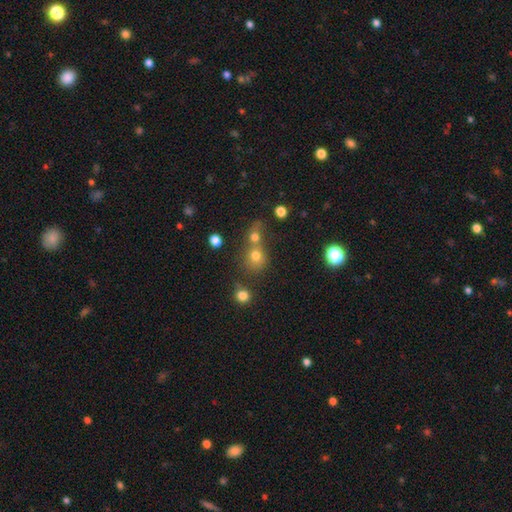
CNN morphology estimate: This is likely a smooth galaxy (70%). How rounded: clearly round (80%). Merging: possibly merger (46%).